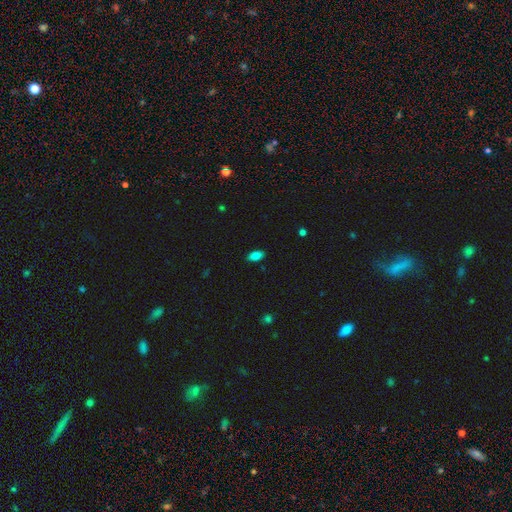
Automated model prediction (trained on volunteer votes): smooth 82%, star or artifact 9%, featured or disk 9%. Down the decision tree: how rounded — in between (92%); merging — none (88%).